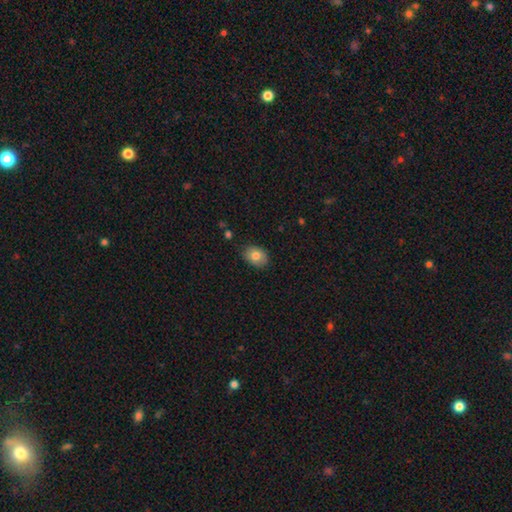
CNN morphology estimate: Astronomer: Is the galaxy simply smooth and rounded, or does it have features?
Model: smooth — 81%.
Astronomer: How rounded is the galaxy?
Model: in between — 72%.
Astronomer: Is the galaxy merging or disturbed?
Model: none — 84%.